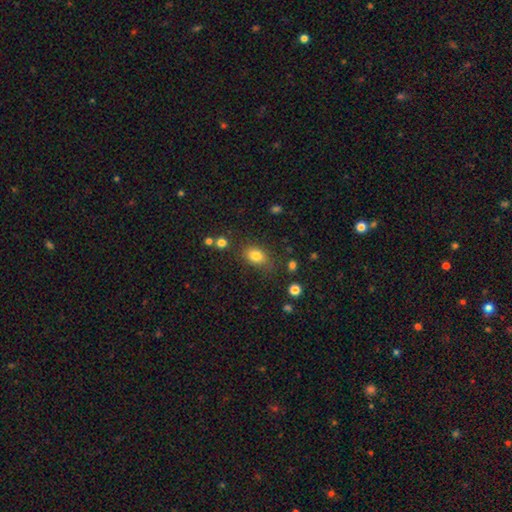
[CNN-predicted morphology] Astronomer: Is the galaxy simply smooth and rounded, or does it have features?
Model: smooth — 81%.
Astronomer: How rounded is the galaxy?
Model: in between — 71%.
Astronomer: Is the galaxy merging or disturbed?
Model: none — 75%.